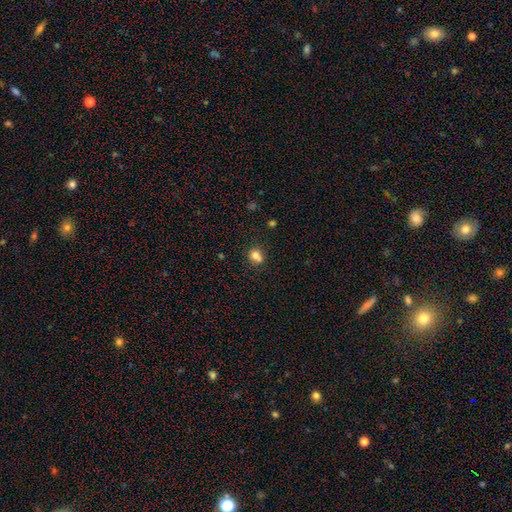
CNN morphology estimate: Q: Smooth or featured?
A: smooth (77%); runner-up: star or artifact (13%)
Q: How rounded?
A: round (70%); runner-up: in between (29%)
Q: Merging?
A: none (55%); runner-up: merger (24%)